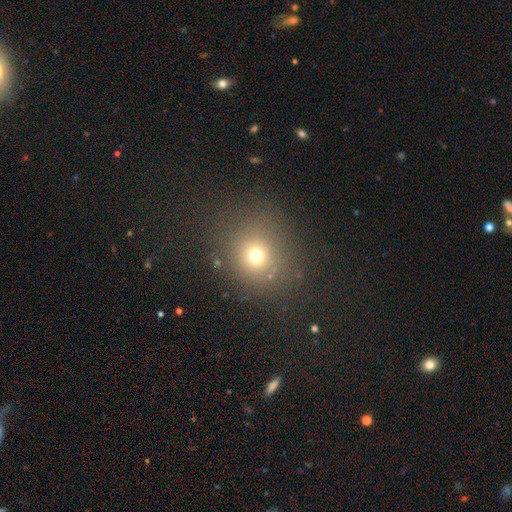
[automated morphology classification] A smooth galaxy with no disk features (69%) that is round (84%). Merging: none (80%).